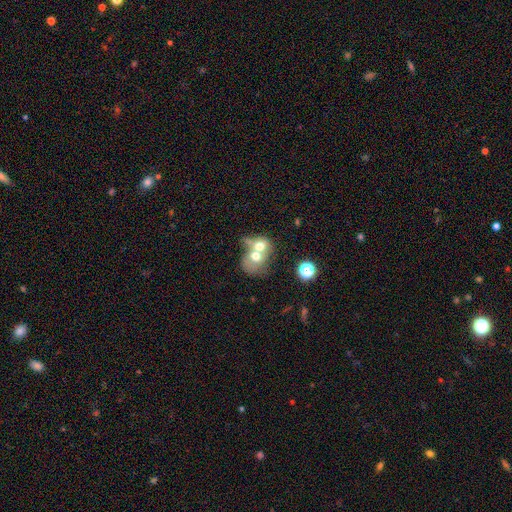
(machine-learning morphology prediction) Overall: smooth (59%; featured or disk 30%). How rounded: round (56%; in between 43%). Merging: merger (75%).